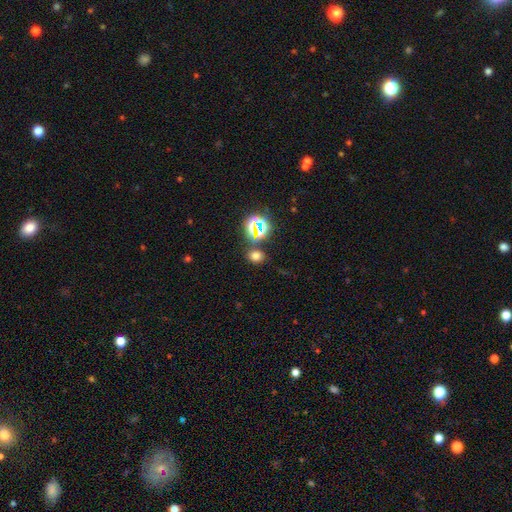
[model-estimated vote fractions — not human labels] This appears to be a smooth galaxy with no disk features (63%) that is round (53%). Merging: none (77%).